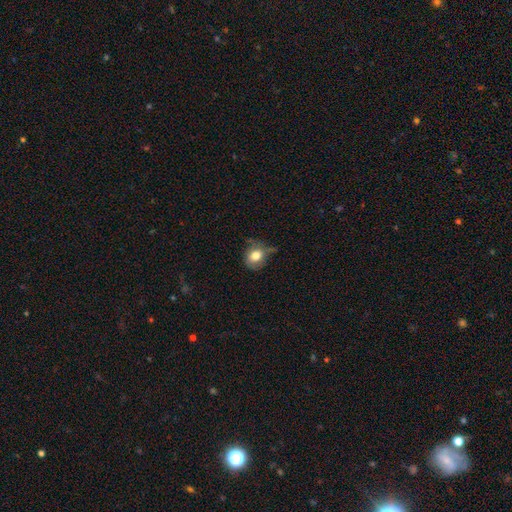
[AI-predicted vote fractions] This appears to be a smooth galaxy with no disk features (75%) that is round (68%). Merging: none (47%).